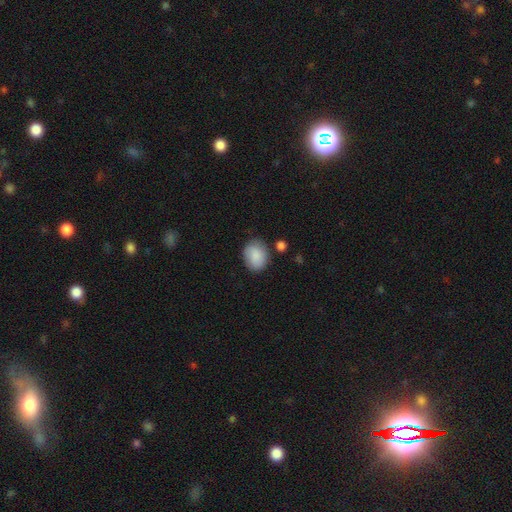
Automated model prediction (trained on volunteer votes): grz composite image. It shows a smooth galaxy with no disk features (86%) that is in between round and cigar-shaped (54%). Merging: none (75%).